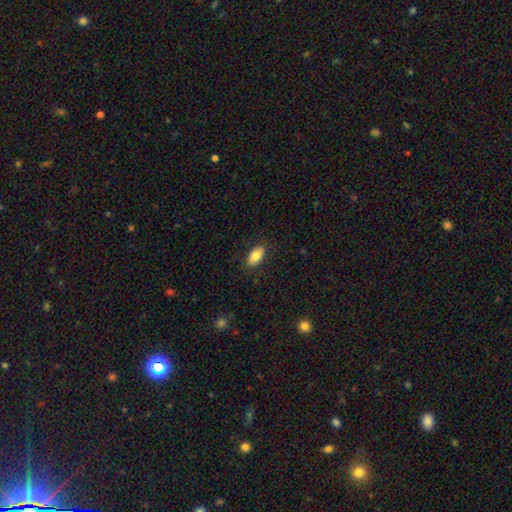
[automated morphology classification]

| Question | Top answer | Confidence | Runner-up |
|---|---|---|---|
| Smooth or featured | smooth | 81% | featured or disk (12%) |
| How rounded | in between | 93% | round (4%) |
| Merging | none | 86% | minor disturbance (10%) |